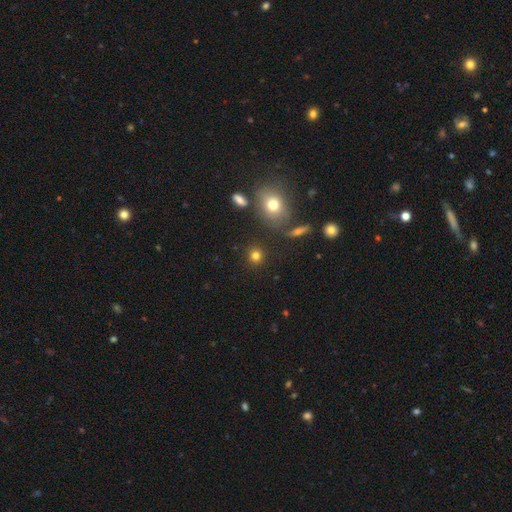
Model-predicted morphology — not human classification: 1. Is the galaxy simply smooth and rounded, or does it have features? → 79% smooth, 14% star or artifact, 7% featured or disk.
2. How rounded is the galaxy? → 89% round, 10% in between, 1% cigar-shaped.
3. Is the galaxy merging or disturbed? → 86% none, 7% minor disturbance, 4% merger, 3% major disturbance.